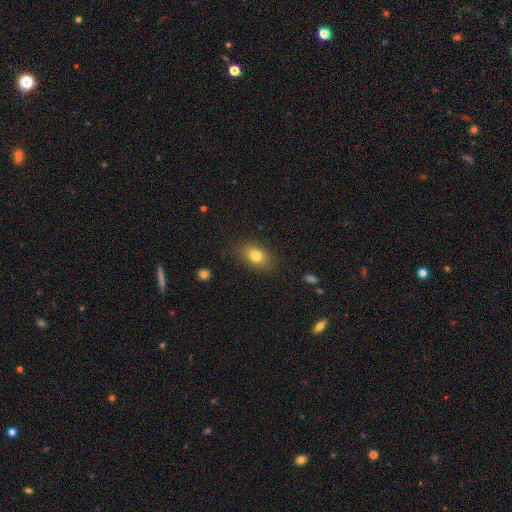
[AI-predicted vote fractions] This appears to be a smooth galaxy with no disk features (80%) that is in between round and cigar-shaped (80%). Merging: none (84%).